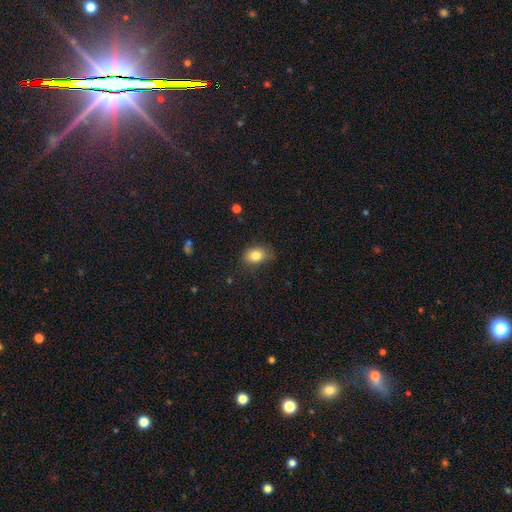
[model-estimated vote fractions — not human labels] This is clearly a smooth galaxy (82%). How rounded: likely in between (71%). Merging: likely none (73%).